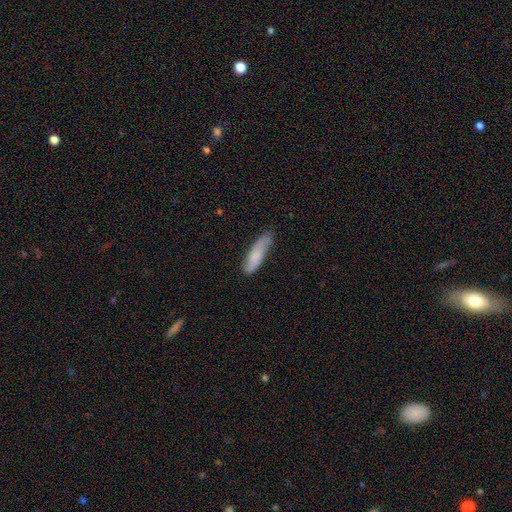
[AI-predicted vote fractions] Overall: smooth (73%). How rounded: cigar-shaped (62%; in between 36%). Merging: none (69%).